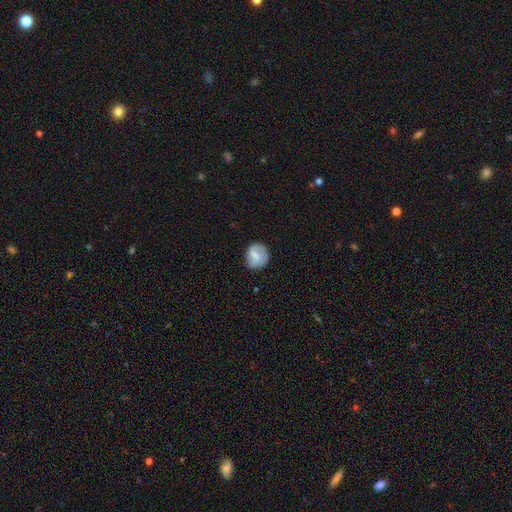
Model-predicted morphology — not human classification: A smooth galaxy with no disk features (71%) that is round (82%).

Vote fractions:
- Smooth or featured? smooth: 71% / featured or disk: 22% / star or artifact: 7%
- How rounded? round: 82% / in between: 17% / cigar-shaped: 1%
- Merging? none: 72% / minor disturbance: 21% / major disturbance: 6% / merger: 2%